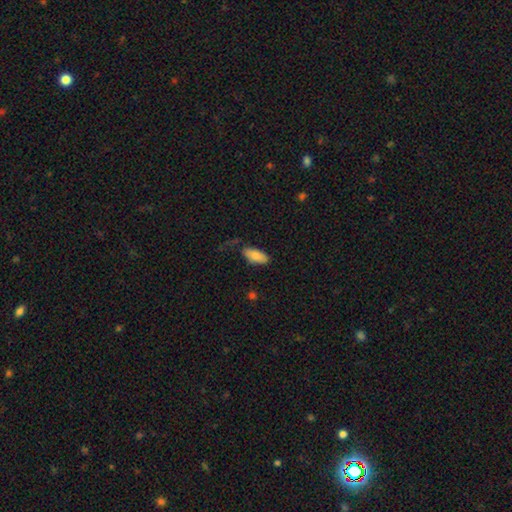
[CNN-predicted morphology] A smooth galaxy with no disk features (82%) that is in between round and cigar-shaped (89%). Merging: none (65%).